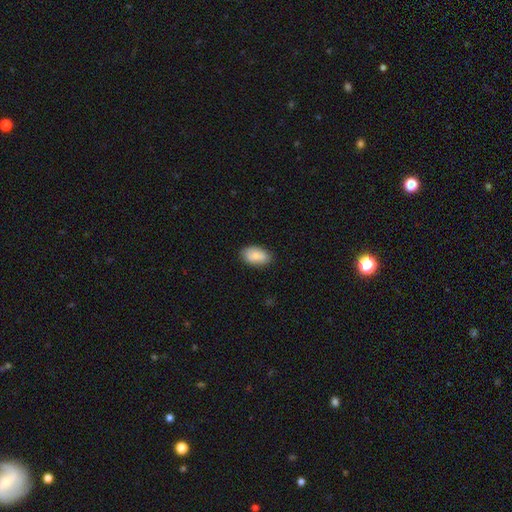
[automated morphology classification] The model was most divided on "merging": none: 84%, minor disturbance: 12%, major disturbance: 2%, merger: 1%. More confident: how rounded — in between (93%); smooth or featured — smooth (84%).